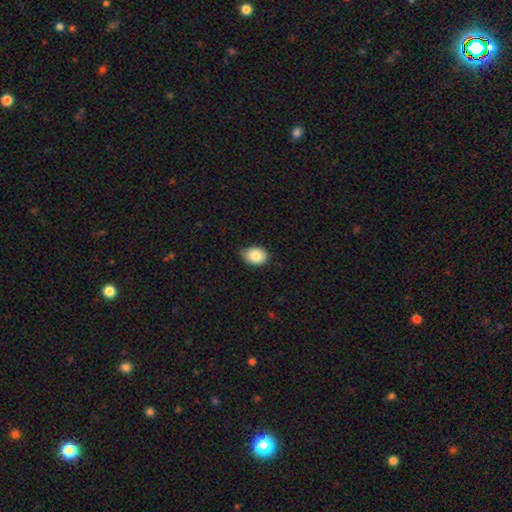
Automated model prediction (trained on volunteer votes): A smooth galaxy with no disk features (84%) that is in between round and cigar-shaped (71%). Merging: none (73%).